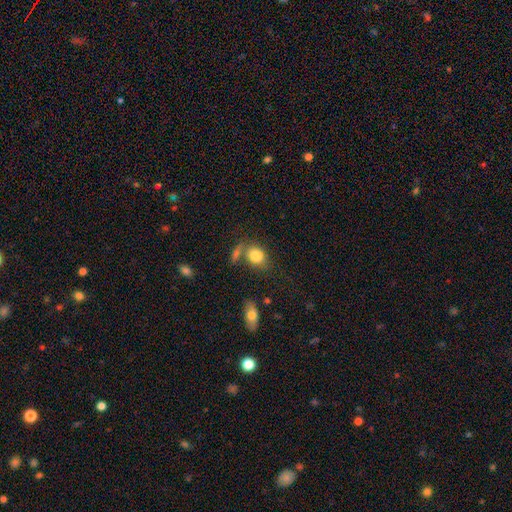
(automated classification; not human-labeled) A smooth galaxy with no disk features (83%) that is in between round and cigar-shaped (60%).

Vote fractions:
- Smooth or featured? smooth: 83% / star or artifact: 9% / featured or disk: 8%
- How rounded? in between: 60% / round: 38% / cigar-shaped: 2%
- Merging? none: 51% / merger: 23% / minor disturbance: 18% / major disturbance: 8%